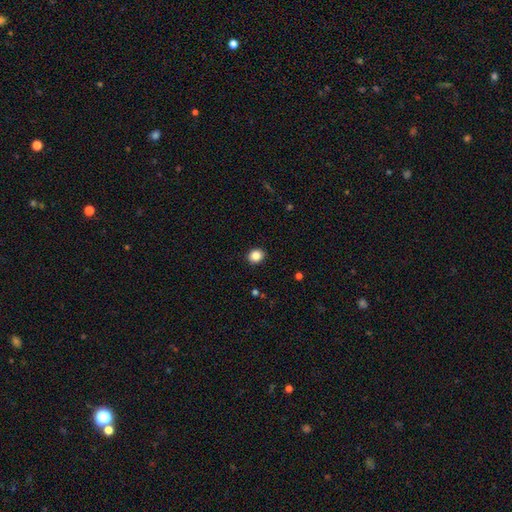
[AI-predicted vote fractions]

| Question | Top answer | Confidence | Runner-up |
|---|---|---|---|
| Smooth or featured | smooth | 87% | star or artifact (10%) |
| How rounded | round | 70% | in between (29%) |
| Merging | none | 91% | minor disturbance (6%) |